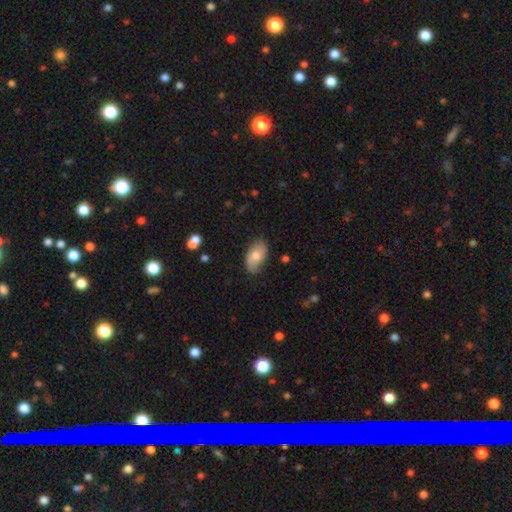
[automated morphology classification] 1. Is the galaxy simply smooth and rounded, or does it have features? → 60% smooth, 33% featured or disk, 7% star or artifact.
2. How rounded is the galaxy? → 93% in between, 5% round, 2% cigar-shaped.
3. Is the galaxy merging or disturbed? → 75% none, 20% minor disturbance, 4% major disturbance, 2% merger.